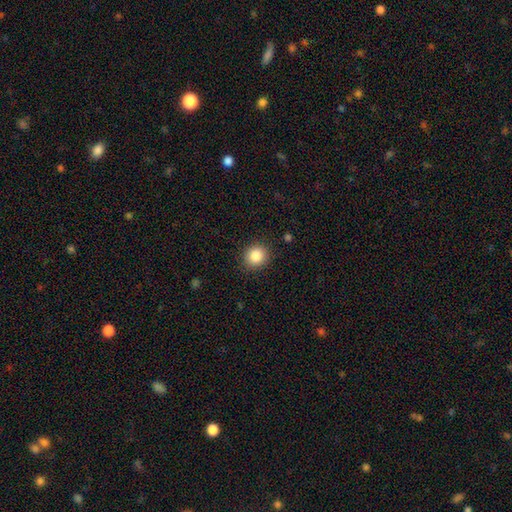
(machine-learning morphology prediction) Smooth or featured? smooth (86%)
How rounded? round (80%)
Merging? none (88%)